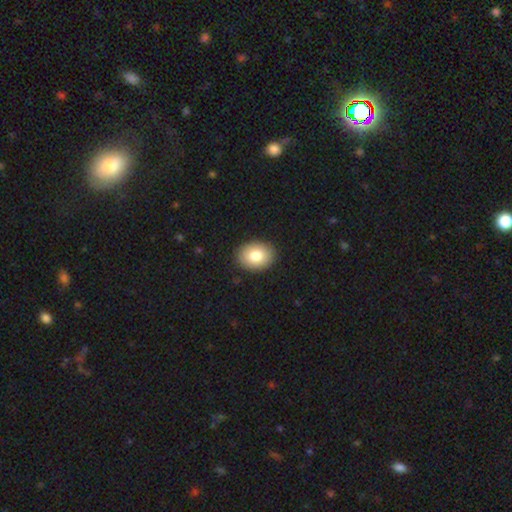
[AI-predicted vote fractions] smooth 81%, featured or disk 11%, star or artifact 7%. Down the decision tree: how rounded — in between (66%); merging — none (90%).